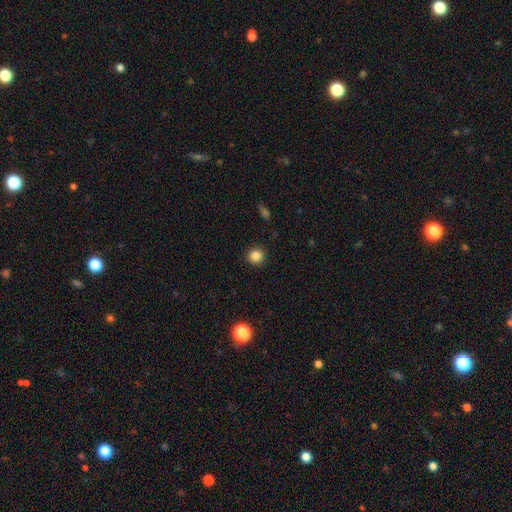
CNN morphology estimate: smooth 85%, star or artifact 11%, featured or disk 4%. Down the decision tree: how rounded — round (94%); merging — none (92%).